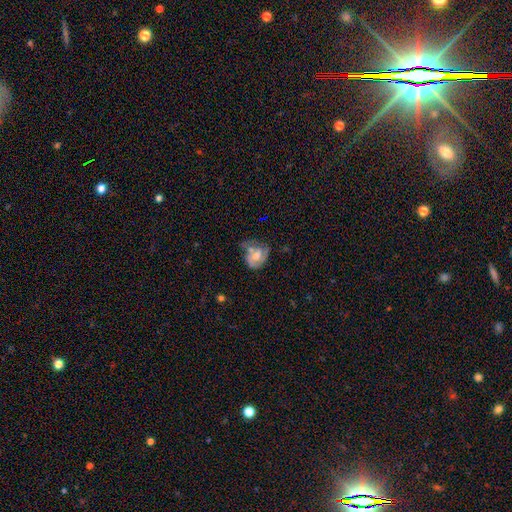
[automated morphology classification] The model was most divided on "merging": none: 33%, minor disturbance: 27%, major disturbance: 24%, merger: 15%. Remaining: edge-on disk — no (97%); spiral arms — yes (62%); bar — no (58%); smooth or featured — featured or disk (54%); bulge size — moderate (46%).